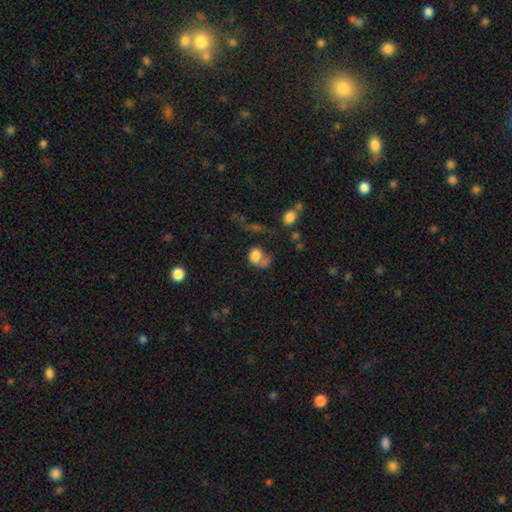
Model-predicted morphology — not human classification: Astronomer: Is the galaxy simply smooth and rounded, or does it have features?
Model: smooth — 68%.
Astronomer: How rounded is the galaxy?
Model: in between — 53% (runner-up: round, 45%).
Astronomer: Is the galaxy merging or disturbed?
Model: major disturbance — 36% (runner-up: merger, 24%).